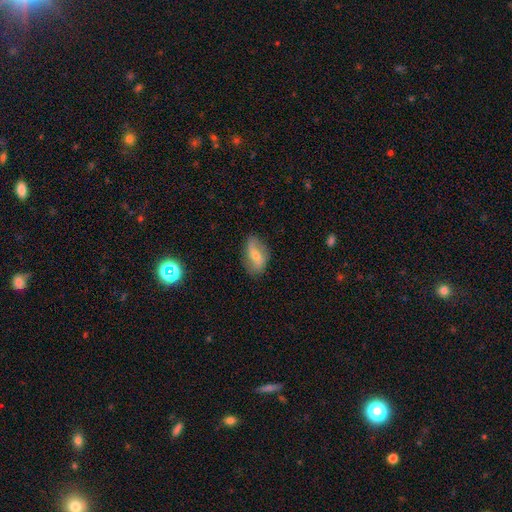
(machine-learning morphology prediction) Q: Smooth or featured?
A: smooth (48%); runner-up: featured or disk (45%)
Q: Merging?
A: none (73%); runner-up: minor disturbance (20%)